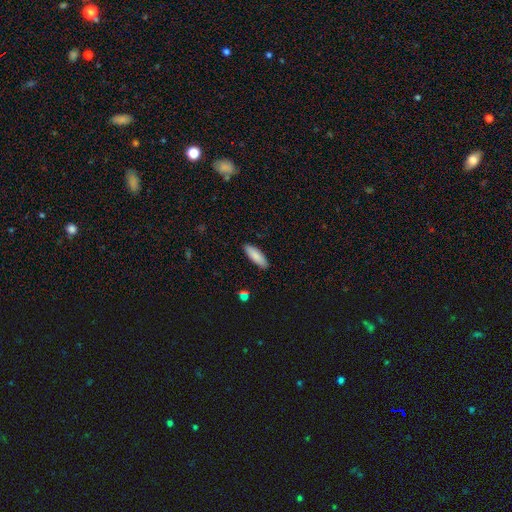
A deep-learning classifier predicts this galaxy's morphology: The model was most divided on "how rounded": in between: 54%, cigar-shaped: 44%, round: 1%. More confident: merging — none (89%); smooth or featured — smooth (86%).